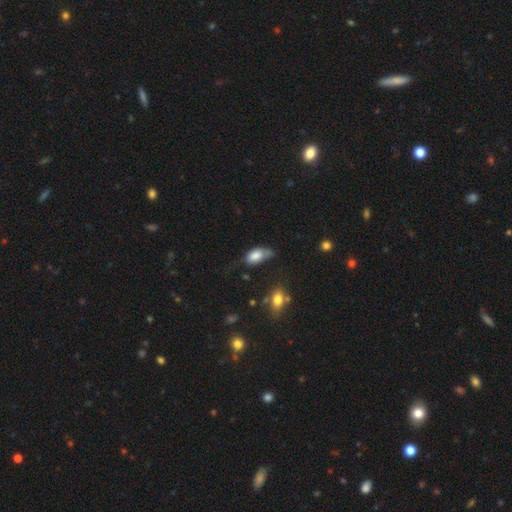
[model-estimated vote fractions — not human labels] Overall: smooth (79%). How rounded: in between (91%). Merging: minor disturbance (38%; none 30%).